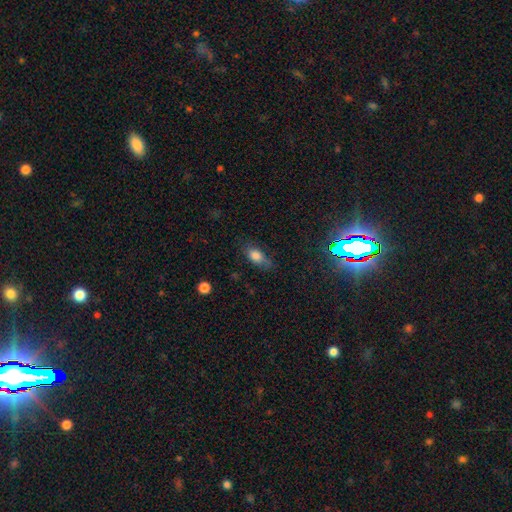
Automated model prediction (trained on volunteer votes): Overall: smooth (79%). How rounded: in between (82%). Merging: none (69%).